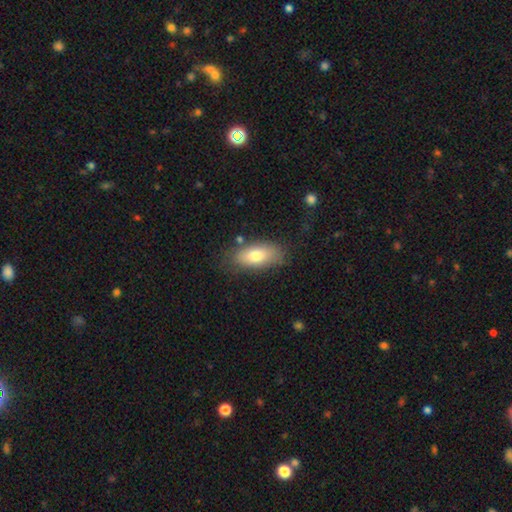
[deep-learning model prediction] Overall: smooth (75%). How rounded: in between (86%). Merging: none (76%).